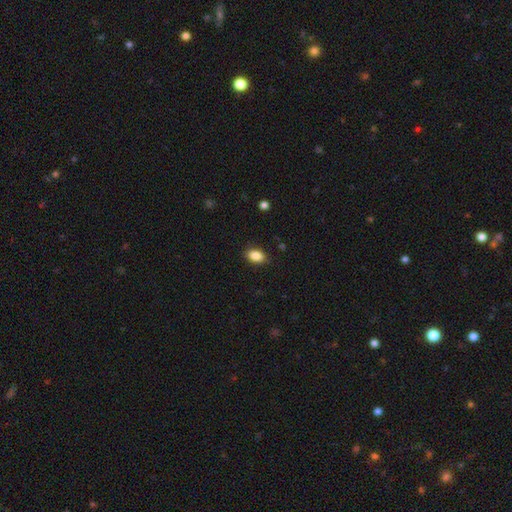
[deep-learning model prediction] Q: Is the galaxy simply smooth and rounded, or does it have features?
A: smooth — 88%.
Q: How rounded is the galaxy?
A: in between — 87%.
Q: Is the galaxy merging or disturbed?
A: none — 87%.